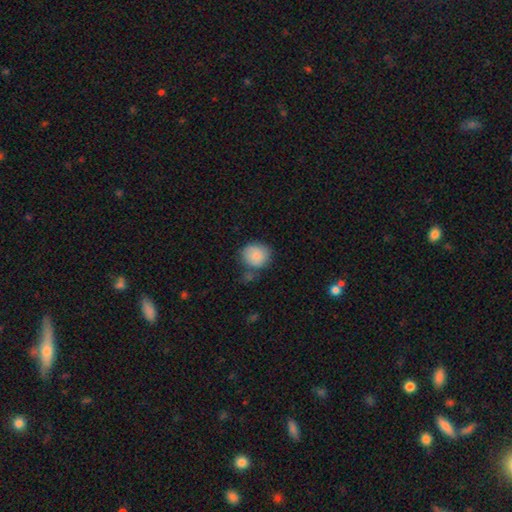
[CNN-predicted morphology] Smooth or featured?
  - smooth: 85% *
  - featured or disk: 8%
  - star or artifact: 7%
How rounded?
  - round: 82% *
  - in between: 17%
  - cigar-shaped: 1%
Merging?
  - none: 65% *
  - minor disturbance: 20%
  - merger: 10%
  - major disturbance: 5%